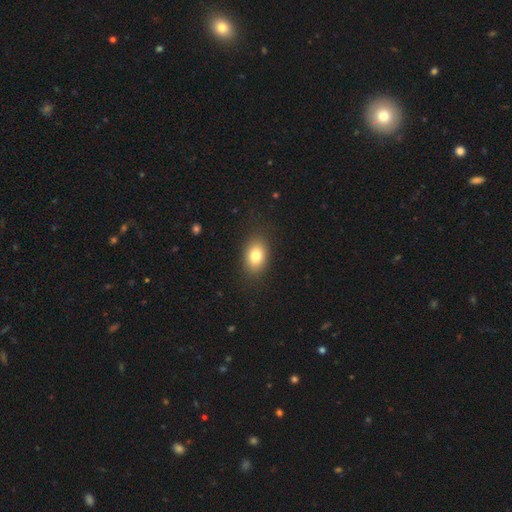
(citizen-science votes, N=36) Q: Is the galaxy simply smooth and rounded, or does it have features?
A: smooth — 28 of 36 (78%).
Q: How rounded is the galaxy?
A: in between — 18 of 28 (64%).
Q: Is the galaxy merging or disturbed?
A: none — 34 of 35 (97%).